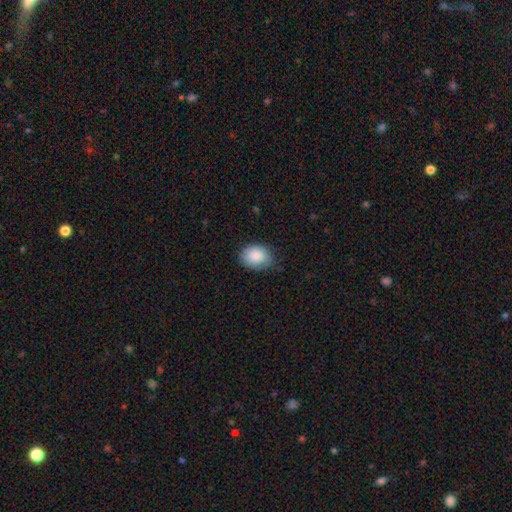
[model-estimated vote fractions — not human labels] Q: Smooth or featured?
A: smooth (86%); runner-up: featured or disk (7%)
Q: How rounded?
A: in between (61%); runner-up: round (38%)
Q: Merging?
A: none (70%); runner-up: minor disturbance (24%)